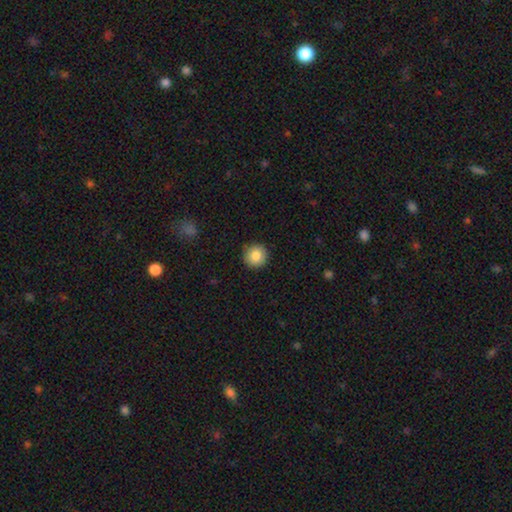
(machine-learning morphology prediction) A smooth galaxy with no disk features (85%) that is round (95%). Merging: none (90%).